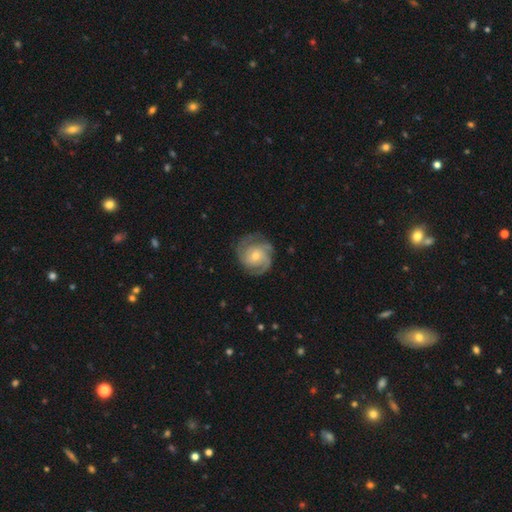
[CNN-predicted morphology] This is clearly a featured or disk galaxy (82%). It is clearly not viewed edge-on (98%). Bar: likely no (68%). Spiral arm pattern: clearly yes (96%). Spiral arm count: marginally 3 (40%). Spiral winding: possibly tight (53%). Central bulge: possibly moderate (49%). Merging: likely none (75%).